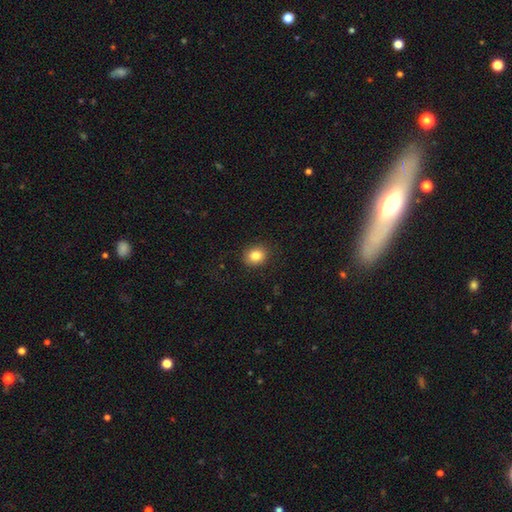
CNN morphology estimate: Smooth or featured?
  - smooth: 83% *
  - star or artifact: 10%
  - featured or disk: 7%
How rounded?
  - round: 67% *
  - in between: 32%
  - cigar-shaped: 1%
Merging?
  - none: 88% *
  - minor disturbance: 8%
  - major disturbance: 3%
  - merger: 1%